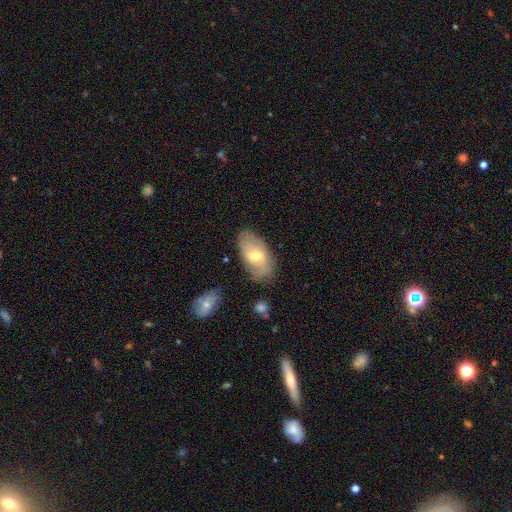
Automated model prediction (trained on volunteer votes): A smooth galaxy with no disk features (54%) that is in between round and cigar-shaped (94%).

Vote fractions:
- Smooth or featured? smooth: 54% / featured or disk: 39% / star or artifact: 7%
- How rounded? in between: 94% / round: 4% / cigar-shaped: 2%
- Merging? none: 75% / minor disturbance: 18% / major disturbance: 4% / merger: 3%